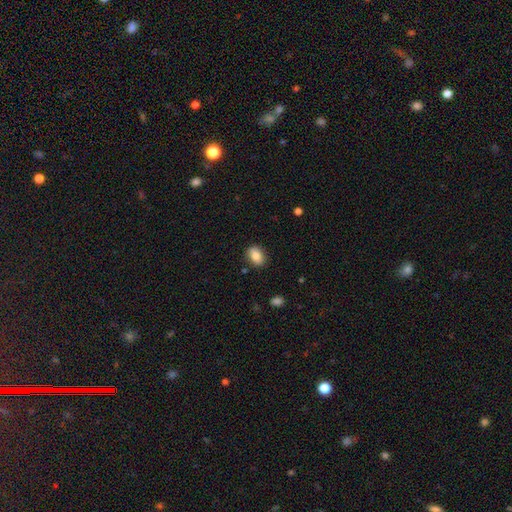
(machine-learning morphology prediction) Overall: smooth (81%). How rounded: in between (77%). Merging: none (86%).